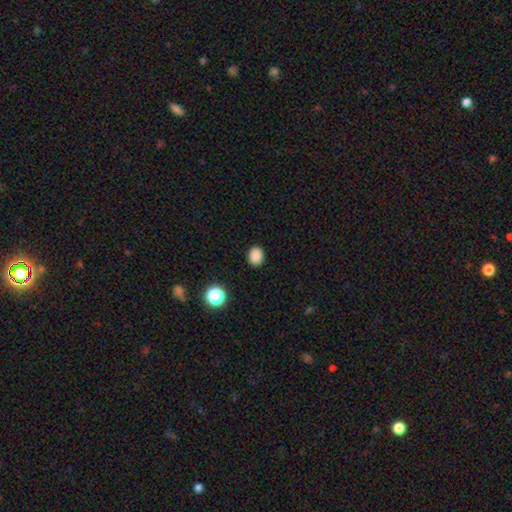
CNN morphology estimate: The model was most divided on "how rounded": in between: 55%, round: 44%, cigar-shaped: 1%. More confident: merging — none (90%); smooth or featured — smooth (86%).